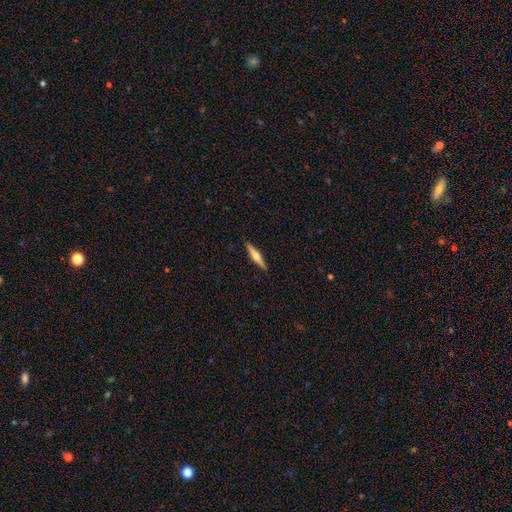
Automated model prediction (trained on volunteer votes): Morphology: type=featured or disk (63%); edge-on=yes (98%); edge-on bulge=rounded (91%); merging=none (91%).